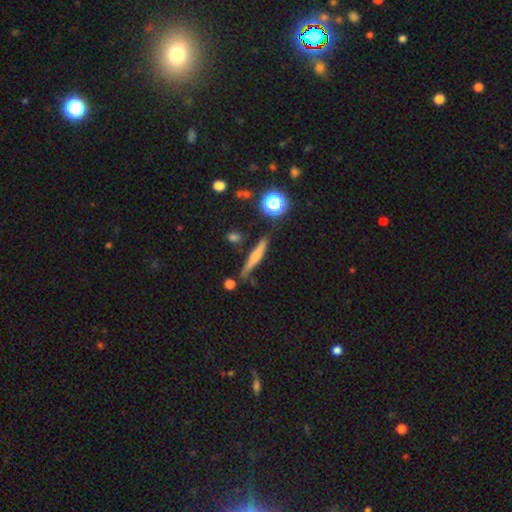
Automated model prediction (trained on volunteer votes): Smooth or featured?
  - smooth: 53% *
  - featured or disk: 36%
  - star or artifact: 11%
How rounded?
  - cigar-shaped: 87% *
  - in between: 9%
  - round: 5%
Merging?
  - none: 74% *
  - minor disturbance: 16%
  - merger: 6%
  - major disturbance: 4%